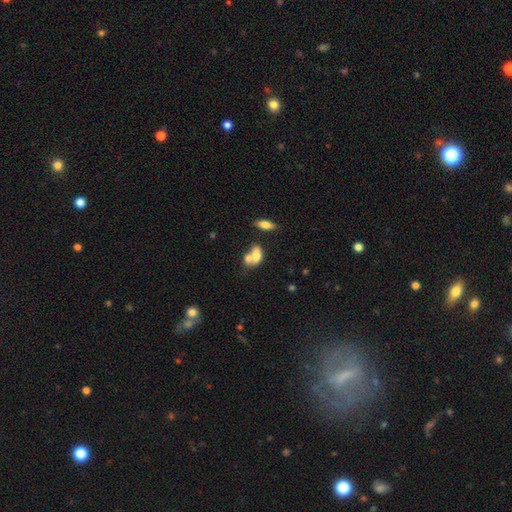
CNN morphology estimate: smooth 67%, featured or disk 24%, star or artifact 9%. Down the decision tree: how rounded — in between (77%); merging — merger (59%).